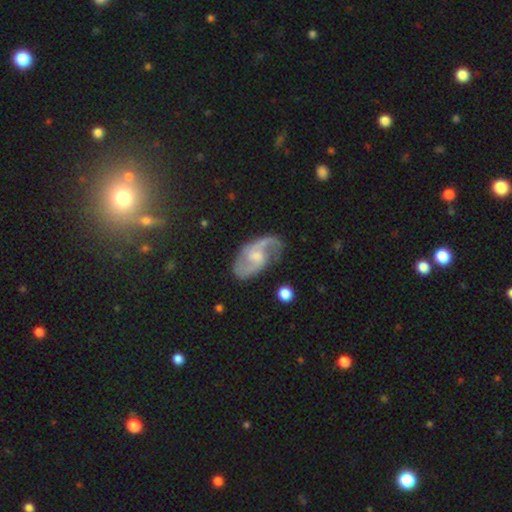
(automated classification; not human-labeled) A featured or disk galaxy (85%) with a weak bar (50%), 2 (89%) medium (51%) spiral arms (96%) and a moderate central bulge (42%).

Vote fractions:
- Smooth or featured? featured or disk: 85% / smooth: 10% / star or artifact: 5%
- Edge-on disk? no: 97% / yes: 3%
- Bar? weak: 50% / no: 41% / strong: 9%
- Spiral arms? yes: 96% / no: 4%
- Spiral winding? medium: 51% / loose: 33% / tight: 16%
- Spiral arm count? 2: 89% / can't tell: 5% / 1: 3% / 3: 2% / 4: 1% / more than 4: 1%
- Bulge size? moderate: 42% / small: 37% / none: 14% / large: 6% / dominant: 1%
- Merging? none: 71% / minor disturbance: 19% / major disturbance: 8% / merger: 2%